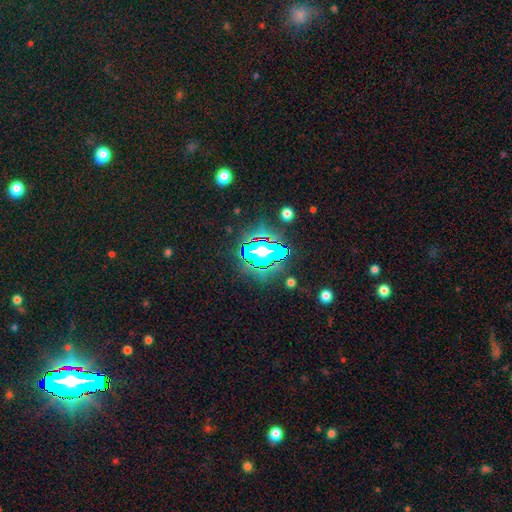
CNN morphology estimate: Smooth or featured? star or artifact (80%)